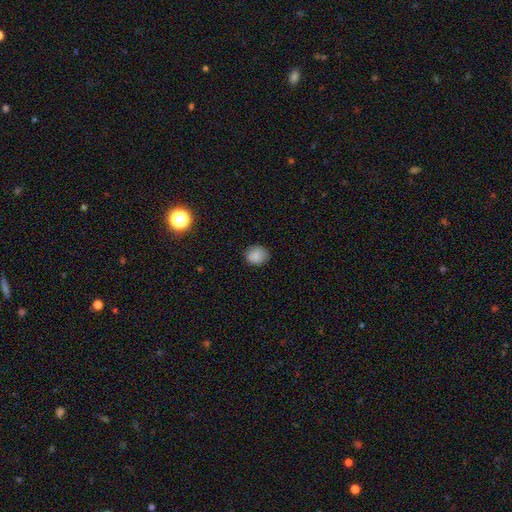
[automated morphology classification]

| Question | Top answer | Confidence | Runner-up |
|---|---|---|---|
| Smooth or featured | smooth | 85% | star or artifact (10%) |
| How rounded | round | 72% | in between (27%) |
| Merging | none | 83% | minor disturbance (13%) |